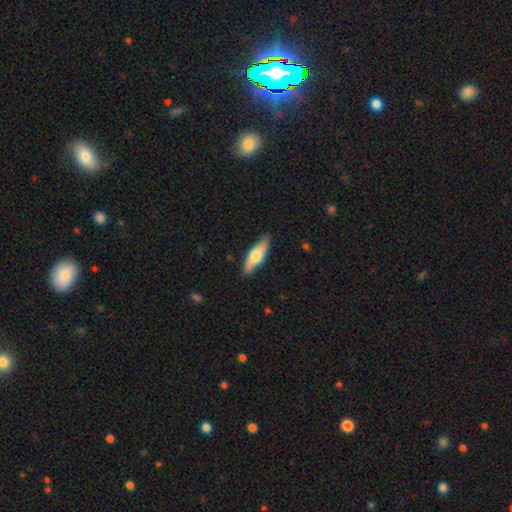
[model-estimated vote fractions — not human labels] The model was most divided on "how rounded": cigar-shaped: 54%, in between: 44%, round: 2%. More confident: merging — none (86%); smooth or featured — smooth (62%).